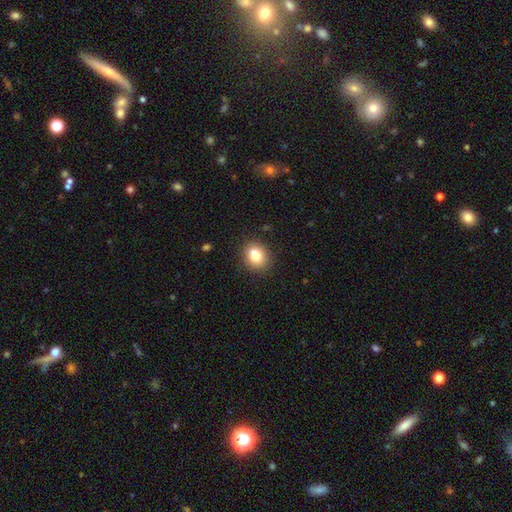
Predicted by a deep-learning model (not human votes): smooth 82%, star or artifact 10%, featured or disk 8%. Down the decision tree: how rounded — round (52%); merging — none (83%).